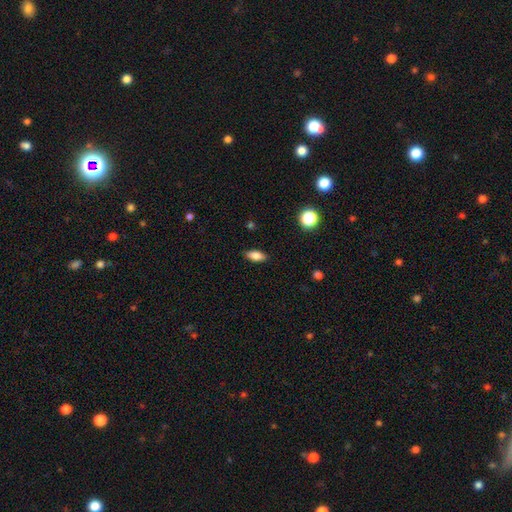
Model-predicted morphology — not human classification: smooth-or-featured: smooth: 79% | featured or disk: 12% | star or artifact: 9%
  how-rounded: in between: 81% | cigar-shaped: 15% | round: 4%
  merging: none: 88% | minor disturbance: 9% | major disturbance: 2% | merger: 1%